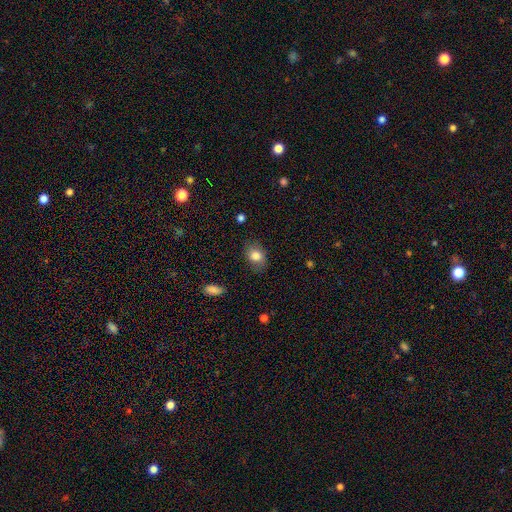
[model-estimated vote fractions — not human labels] The model was most divided on "how rounded": in between: 69%, round: 30%, cigar-shaped: 1%. More confident: smooth or featured — smooth (81%); merging — none (79%).